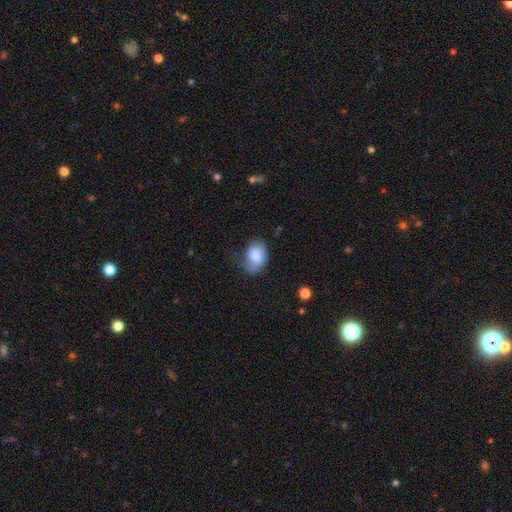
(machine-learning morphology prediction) Smooth or featured? smooth (81%)
How rounded? in between (76%)
Merging? none (42%)